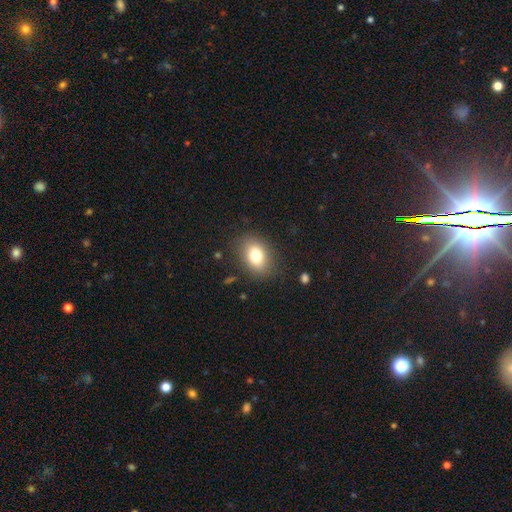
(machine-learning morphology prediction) A smooth galaxy with no disk features (78%) that is in between round and cigar-shaped (72%). Merging: none (83%).